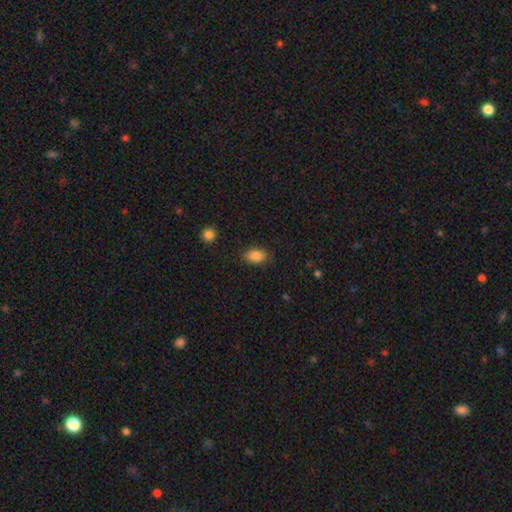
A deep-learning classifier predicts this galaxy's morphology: The model was most divided on "how rounded": in between: 84%, round: 15%, cigar-shaped: 2%. More confident: smooth or featured — smooth (86%); merging — none (83%).